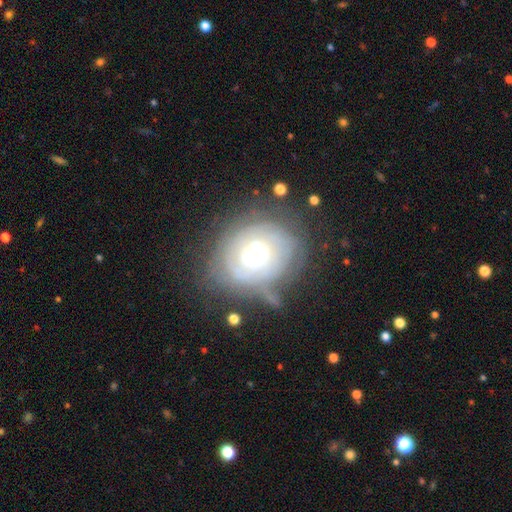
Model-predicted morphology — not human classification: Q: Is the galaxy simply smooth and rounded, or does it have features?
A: featured or disk — 70%.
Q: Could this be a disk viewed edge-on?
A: no — 97%.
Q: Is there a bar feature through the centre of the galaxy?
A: no — 80%.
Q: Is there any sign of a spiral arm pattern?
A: yes — 67%.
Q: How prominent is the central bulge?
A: small — 50%.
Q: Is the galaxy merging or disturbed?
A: none — 55%.